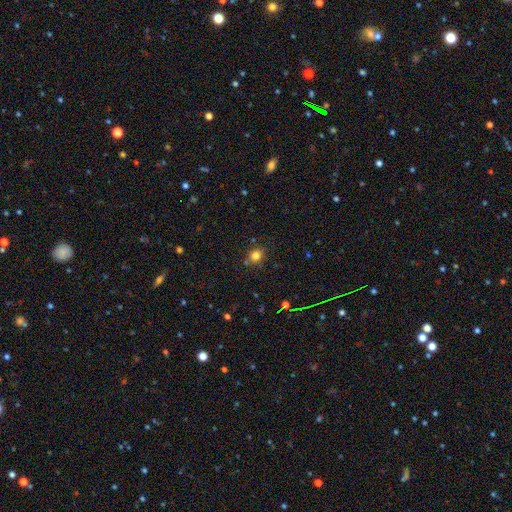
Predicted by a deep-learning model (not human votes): smooth-or-featured: smooth: 79% | star or artifact: 14% | featured or disk: 6%
  how-rounded: round: 74% | in between: 25% | cigar-shaped: 1%
  merging: none: 78% | minor disturbance: 13% | merger: 5% | major disturbance: 3%